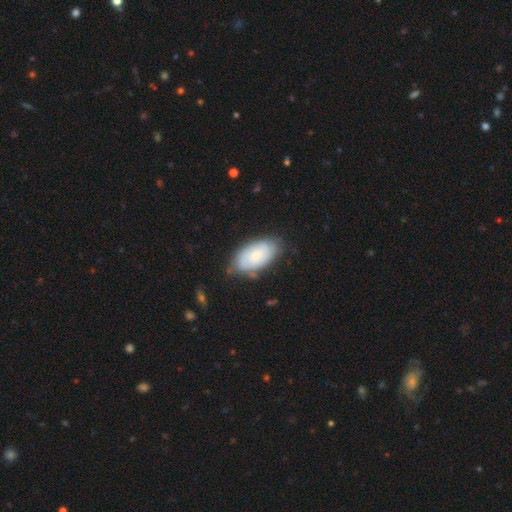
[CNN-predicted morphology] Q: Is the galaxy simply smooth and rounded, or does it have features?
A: smooth — 55%.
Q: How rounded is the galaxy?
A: in between — 93%.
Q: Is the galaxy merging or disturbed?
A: none — 70%.